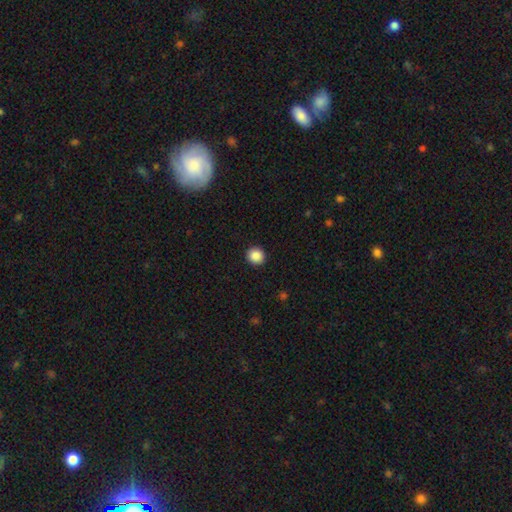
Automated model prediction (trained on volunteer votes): This appears to be a smooth galaxy with no disk features (88%) that is round (92%). Merging: none (92%).